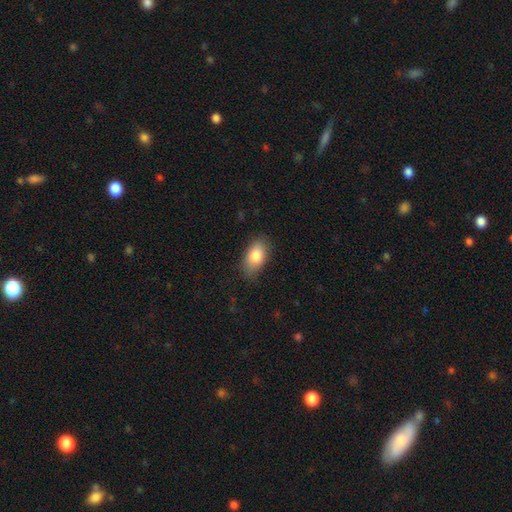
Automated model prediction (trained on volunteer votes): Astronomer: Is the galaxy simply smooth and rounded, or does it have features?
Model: smooth — 82%.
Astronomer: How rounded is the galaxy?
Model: in between — 92%.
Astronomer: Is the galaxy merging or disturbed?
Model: none — 81%.